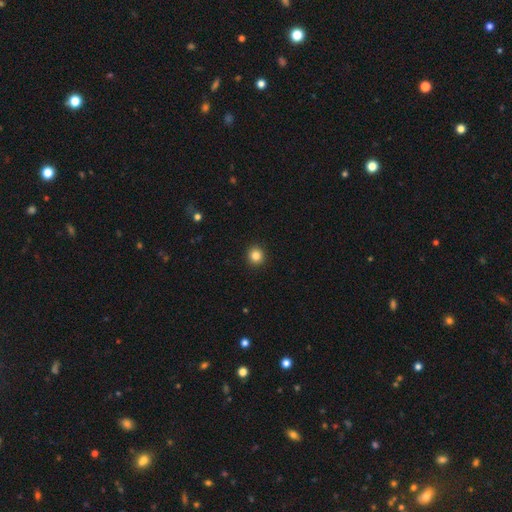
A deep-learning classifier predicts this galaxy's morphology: Smooth or featured: smooth — 84% (star or artifact — 11%)
How rounded: round — 92% (in between — 7%)
Merging: none — 93% (minor disturbance — 4%)